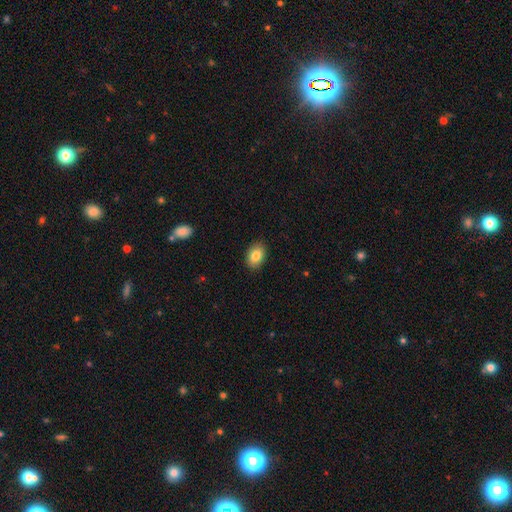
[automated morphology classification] The model was most divided on "how rounded": in between: 79%, round: 20%, cigar-shaped: 1%. More confident: merging — none (89%); smooth or featured — smooth (84%).